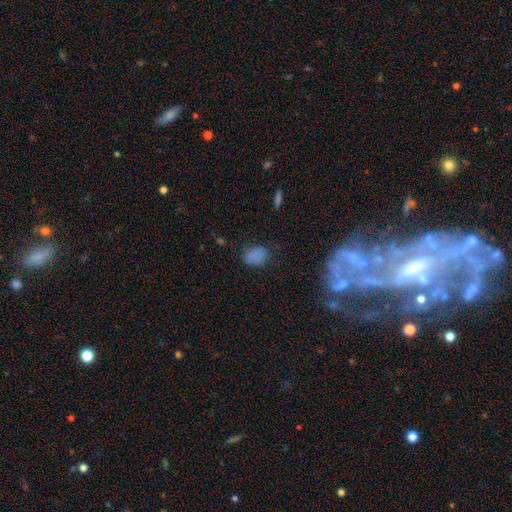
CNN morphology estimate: smooth-or-featured: smooth: 78% | star or artifact: 15% | featured or disk: 8%
  how-rounded: in between: 67% | round: 32% | cigar-shaped: 2%
  merging: none: 70% | minor disturbance: 21% | major disturbance: 7% | merger: 2%